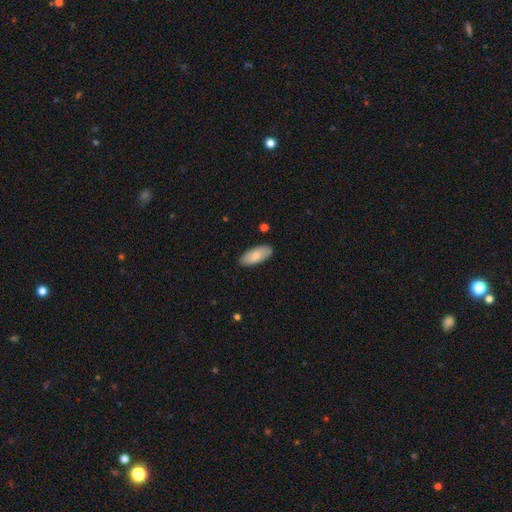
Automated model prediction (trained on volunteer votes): smooth 81%, featured or disk 13%, star or artifact 6%. Down the decision tree: how rounded — in between (85%); merging — none (87%).